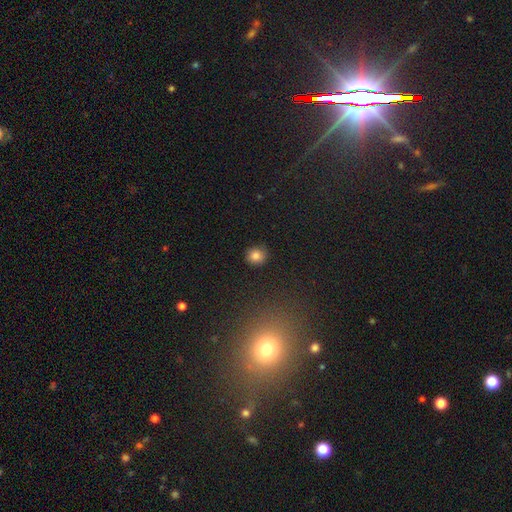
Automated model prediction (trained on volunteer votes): A smooth galaxy with no disk features (83%) that is round (85%).

Vote fractions:
- Smooth or featured? smooth: 83% / star or artifact: 12% / featured or disk: 6%
- How rounded? round: 85% / in between: 14% / cigar-shaped: 1%
- Merging? none: 87% / minor disturbance: 9% / major disturbance: 2% / merger: 1%